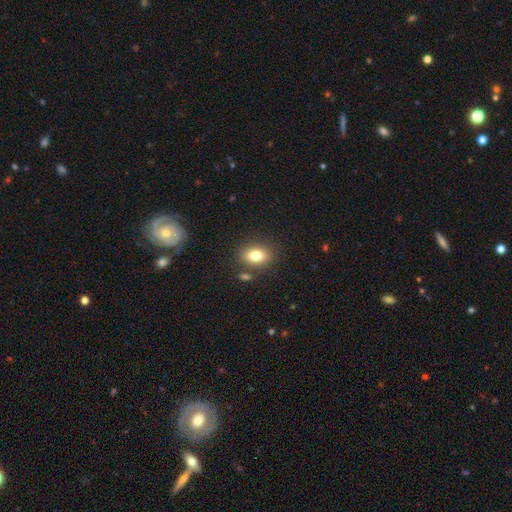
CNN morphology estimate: Overall: smooth (80%). How rounded: in between (77%). Merging: none (78%).